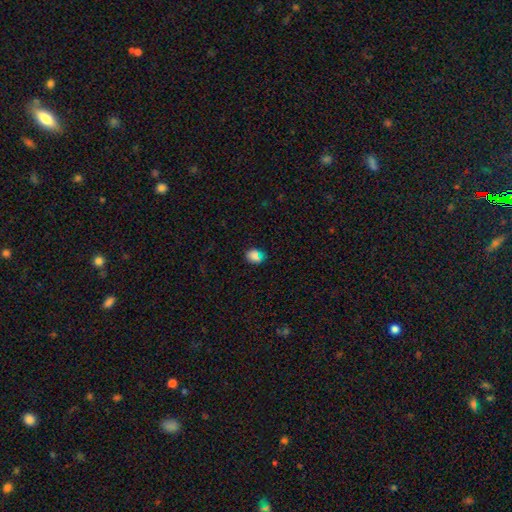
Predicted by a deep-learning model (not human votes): smooth 77%, star or artifact 17%, featured or disk 6%. Down the decision tree: how rounded — in between (52%); merging — none (73%).